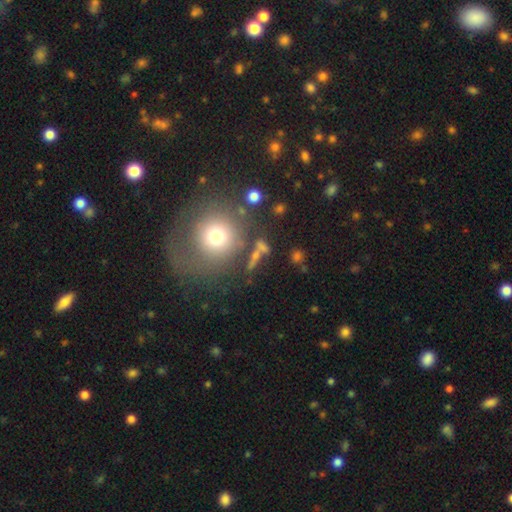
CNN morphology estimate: Smooth or featured? Predicted: smooth (p=0.62). How rounded? Predicted: round (p=0.86). Merging? Predicted: none (p=0.62).